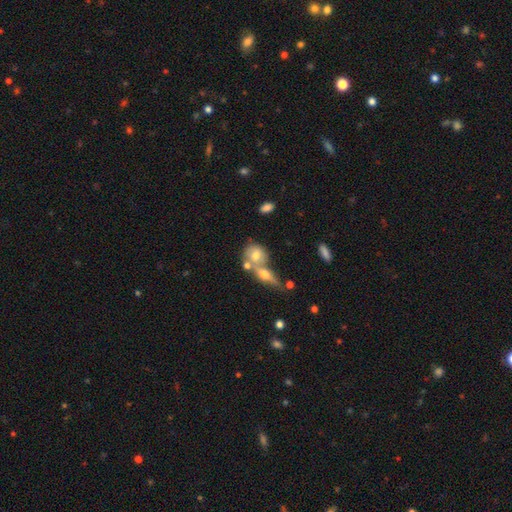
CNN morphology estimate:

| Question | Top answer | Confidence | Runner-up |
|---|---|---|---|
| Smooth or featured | smooth | 62% | featured or disk (29%) |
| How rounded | round | 55% | in between (39%) |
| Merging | merger | 55% | none (31%) |